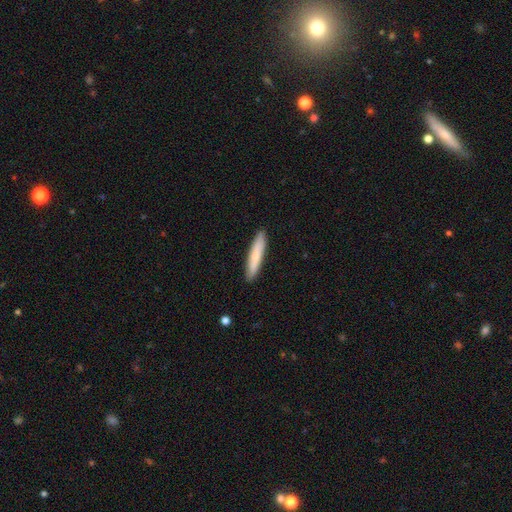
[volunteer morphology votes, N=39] smooth_or_featured: smooth (p=0.85) [alt: featured or disk p=0.15]
how_rounded: cigar-shaped (p=1.00)
merging: none (p=0.97) [alt: minor disturbance p=0.03]